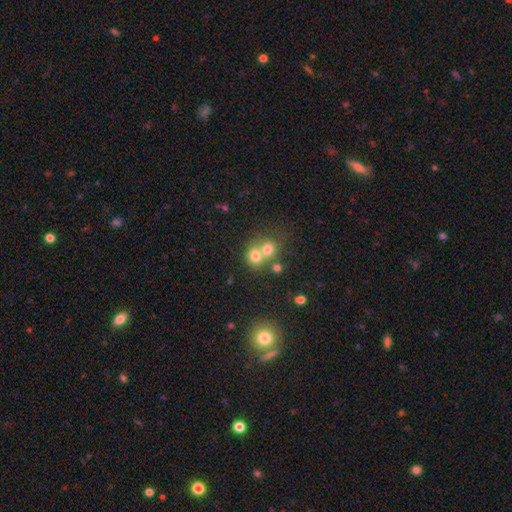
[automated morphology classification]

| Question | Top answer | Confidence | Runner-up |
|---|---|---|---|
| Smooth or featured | smooth | 71% | featured or disk (15%) |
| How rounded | round | 74% | in between (25%) |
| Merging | merger | 60% | none (31%) |